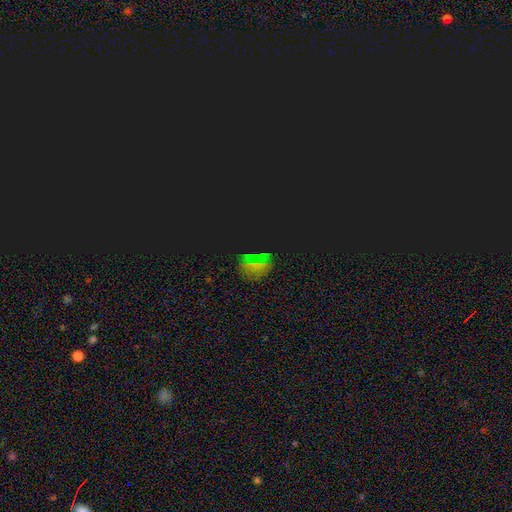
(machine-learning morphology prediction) This is likely a star or artifact rather than a galaxy (64%).